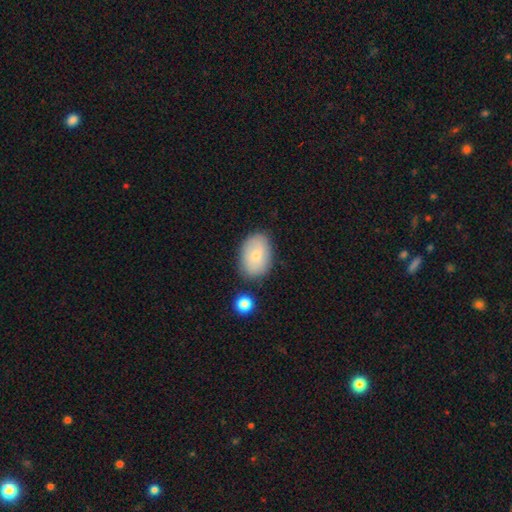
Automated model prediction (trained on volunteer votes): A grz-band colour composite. It shows a smooth galaxy with no disk features (68%) that is in between round and cigar-shaped (84%). Merging: none (77%).